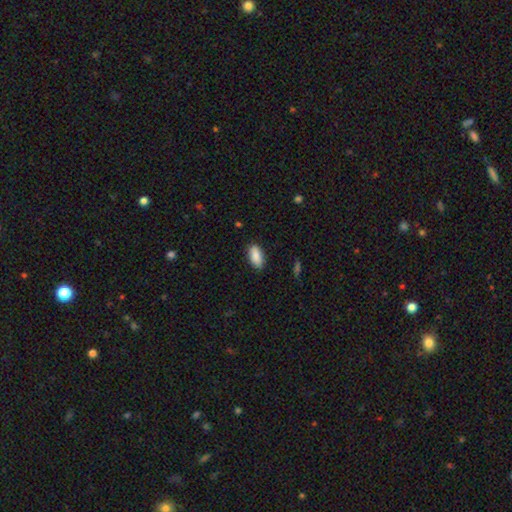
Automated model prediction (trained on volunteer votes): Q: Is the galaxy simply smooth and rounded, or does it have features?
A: smooth — 87%.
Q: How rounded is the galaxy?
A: in between — 90%.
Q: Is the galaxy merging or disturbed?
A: none — 87%.